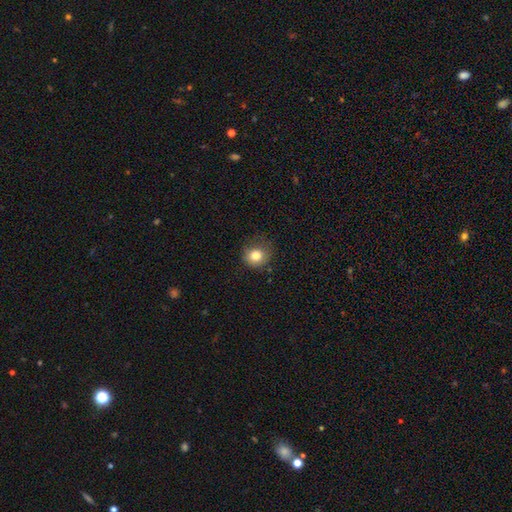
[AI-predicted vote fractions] A smooth galaxy with no disk features (80%) that is round (84%).

Vote fractions:
- Smooth or featured? smooth: 80% / star or artifact: 12% / featured or disk: 8%
- How rounded? round: 84% / in between: 15% / cigar-shaped: 1%
- Merging? none: 71% / minor disturbance: 21% / major disturbance: 7% / merger: 2%